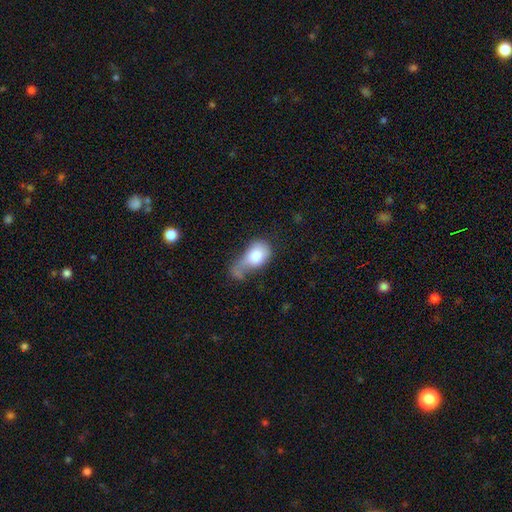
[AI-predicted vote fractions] This appears to be a smooth galaxy with no disk features (77%) that is in between round and cigar-shaped (74%). Merging: major disturbance (37%).